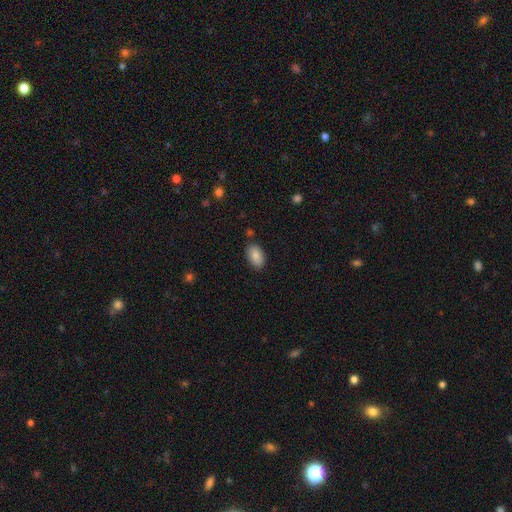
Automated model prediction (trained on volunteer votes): Smooth or featured? smooth (86%)
How rounded? in between (93%)
Merging? none (83%)